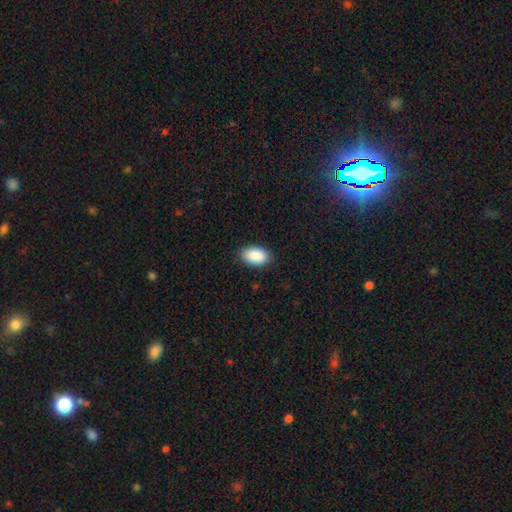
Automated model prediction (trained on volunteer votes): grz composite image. It shows a smooth galaxy with no disk features (91%) that is in between round and cigar-shaped (94%). Merging: none (88%).